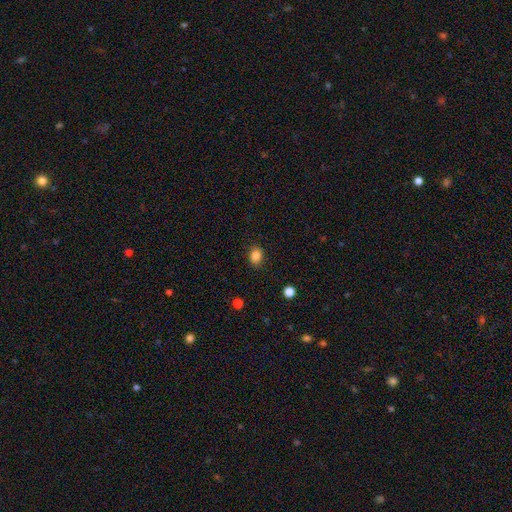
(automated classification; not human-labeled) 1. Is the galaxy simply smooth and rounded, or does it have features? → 86% smooth, 10% star or artifact, 4% featured or disk.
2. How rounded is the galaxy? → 61% in between, 38% round, 1% cigar-shaped.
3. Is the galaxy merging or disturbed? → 86% none, 10% minor disturbance, 3% major disturbance, 1% merger.